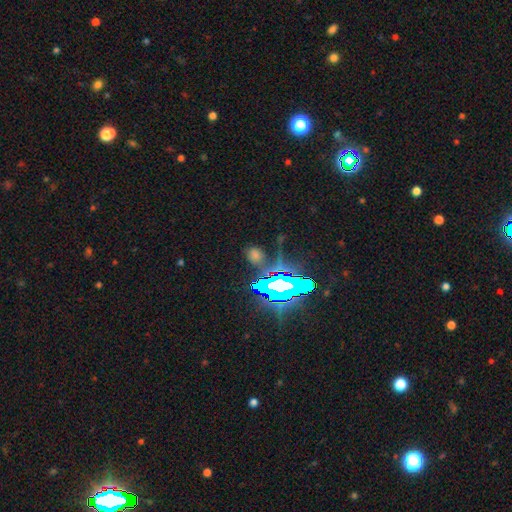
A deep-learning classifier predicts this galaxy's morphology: The model was most divided on "smooth or featured": star or artifact: 61%, smooth: 26%, featured or disk: 13%.